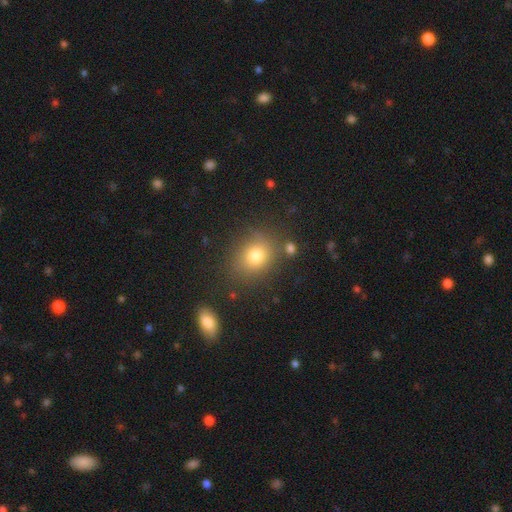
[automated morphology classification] A smooth galaxy with no disk features (78%) that is round (53%).

Vote fractions:
- Smooth or featured? smooth: 78% / star or artifact: 13% / featured or disk: 9%
- How rounded? round: 53% / in between: 46% / cigar-shaped: 1%
- Merging? none: 77% / minor disturbance: 13% / merger: 5% / major disturbance: 4%